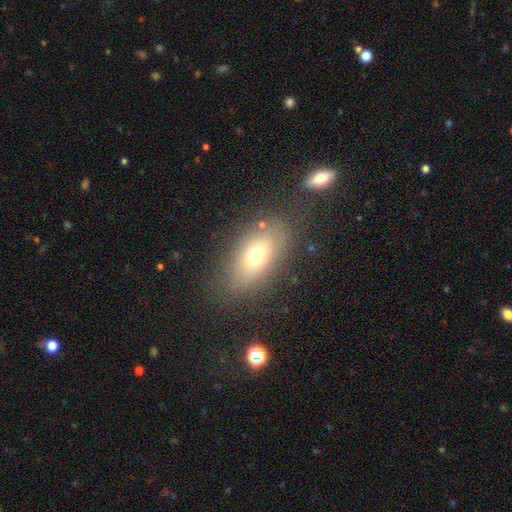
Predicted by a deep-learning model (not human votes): A smooth galaxy with no disk features (69%) that is in between round and cigar-shaped (86%). Merging: none (78%).